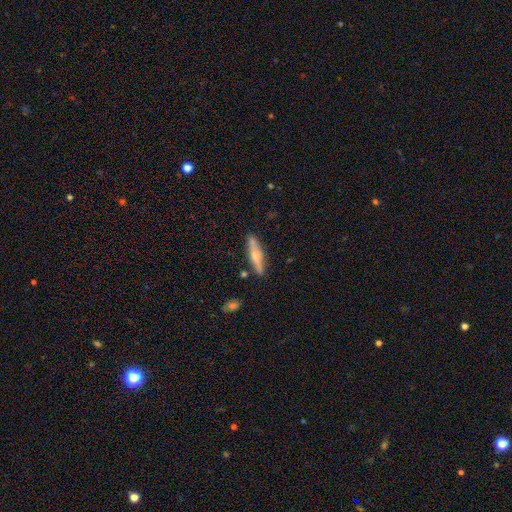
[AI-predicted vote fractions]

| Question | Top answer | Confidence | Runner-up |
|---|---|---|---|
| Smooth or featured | smooth | 52% | featured or disk (42%) |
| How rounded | cigar-shaped | 79% | in between (19%) |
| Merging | none | 80% | minor disturbance (13%) |